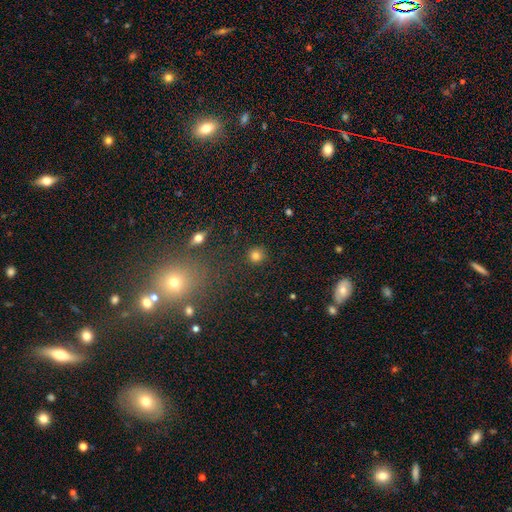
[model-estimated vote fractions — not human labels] Morphology: type=smooth (81%); roundness=round (94%); merging=none (90%).